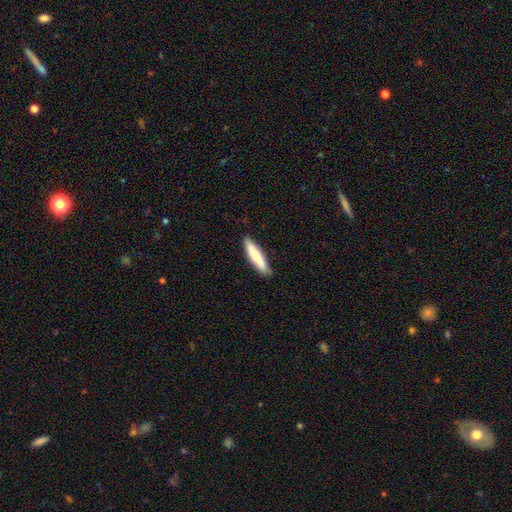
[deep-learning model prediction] Morphology: type=smooth (70%); roundness=cigar-shaped (80%); merging=none (85%).